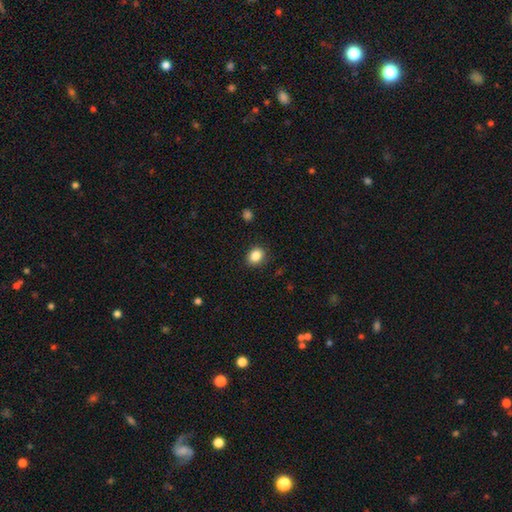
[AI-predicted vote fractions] Smooth or featured? Predicted: smooth (p=0.86). How rounded? Predicted: in between (p=0.54). Merging? Predicted: none (p=0.87).